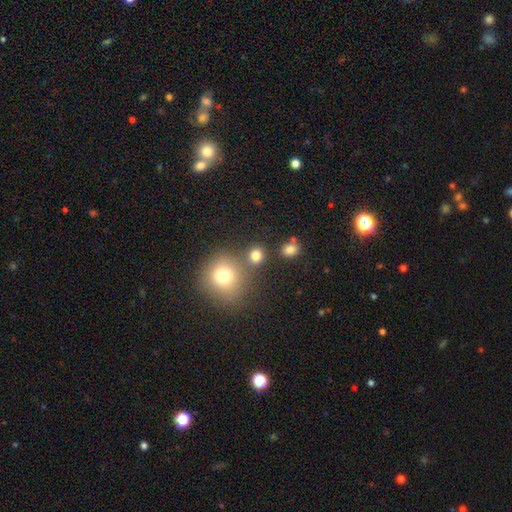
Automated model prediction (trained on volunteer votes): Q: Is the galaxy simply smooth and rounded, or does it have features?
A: smooth — 79%.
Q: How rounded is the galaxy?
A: round — 82%.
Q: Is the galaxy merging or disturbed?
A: none — 71%.